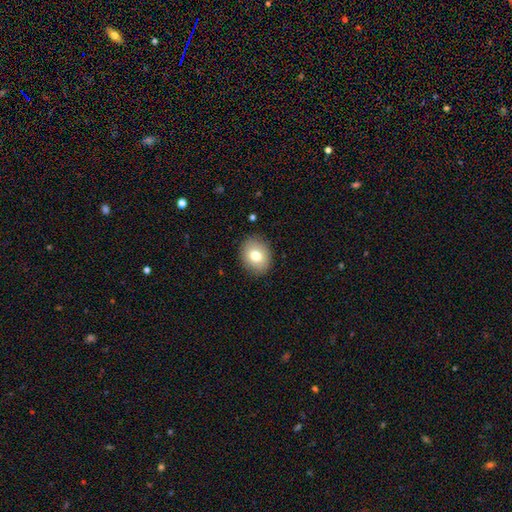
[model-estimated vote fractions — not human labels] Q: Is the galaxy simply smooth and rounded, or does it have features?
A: smooth — 78%.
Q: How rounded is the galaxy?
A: in between — 56%.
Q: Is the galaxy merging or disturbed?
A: none — 87%.